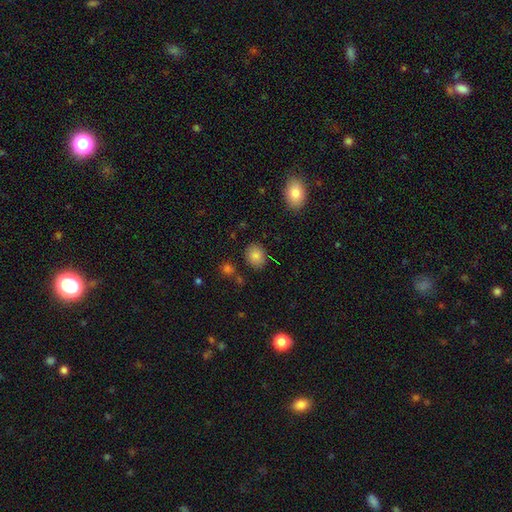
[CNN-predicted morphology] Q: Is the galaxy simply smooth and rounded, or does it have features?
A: smooth — 84%.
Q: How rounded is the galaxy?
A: round — 56%.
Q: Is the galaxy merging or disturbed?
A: none — 83%.